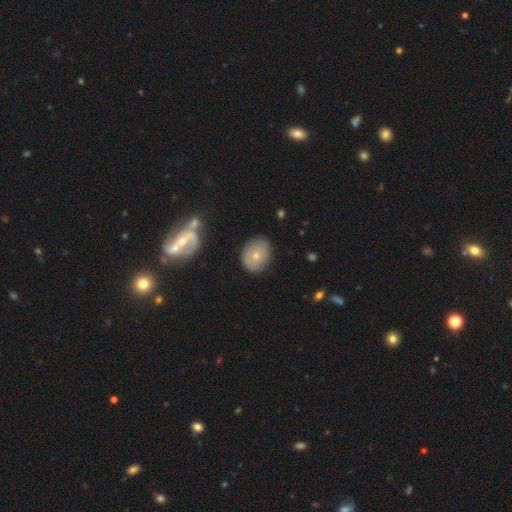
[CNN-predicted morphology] A smooth galaxy with no disk features (59%) that is round (58%). Merging: none (80%).